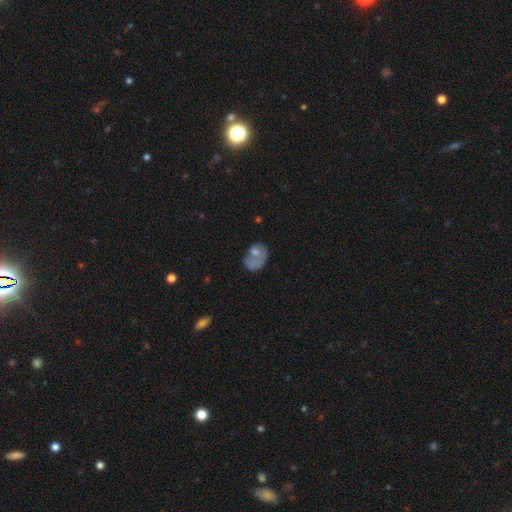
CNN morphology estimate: The model was most divided on "merging": none: 31%, major disturbance: 28%, minor disturbance: 20%, merger: 20%. More confident: how rounded — in between (60%); smooth or featured — smooth (56%).